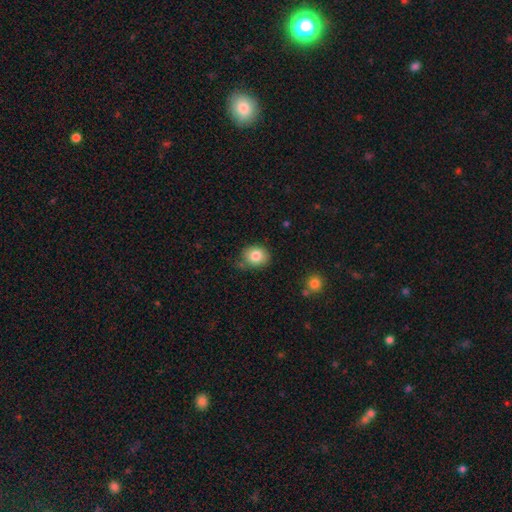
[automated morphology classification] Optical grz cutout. It shows a smooth galaxy with no disk features (83%) that is round (60%). Merging: none (72%).